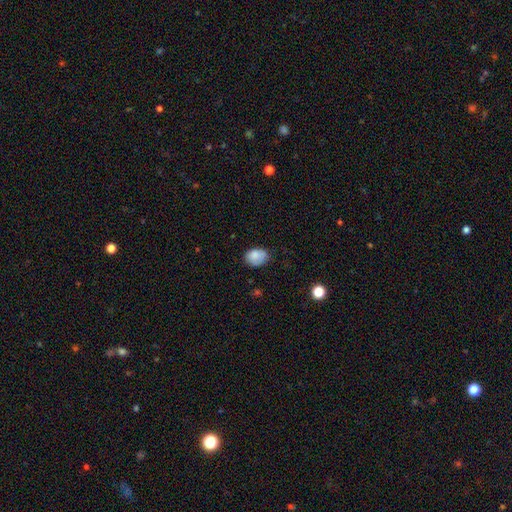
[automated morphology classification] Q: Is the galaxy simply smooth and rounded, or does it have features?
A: smooth — 83%.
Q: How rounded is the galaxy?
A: in between — 69%.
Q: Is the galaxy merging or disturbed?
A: none — 64%.